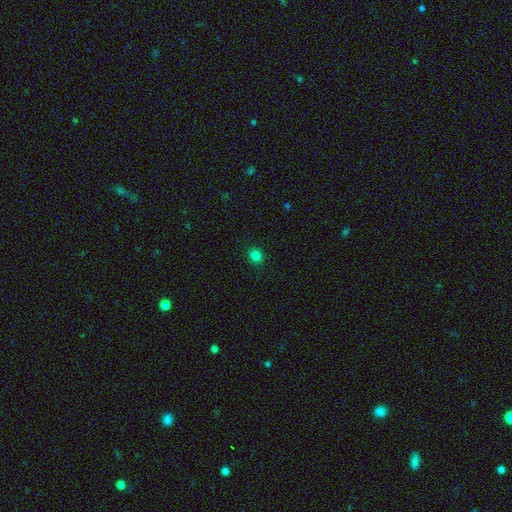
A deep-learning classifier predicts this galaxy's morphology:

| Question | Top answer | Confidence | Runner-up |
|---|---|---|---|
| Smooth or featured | smooth | 82% | star or artifact (14%) |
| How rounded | round | 76% | in between (23%) |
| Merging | none | 90% | minor disturbance (7%) |